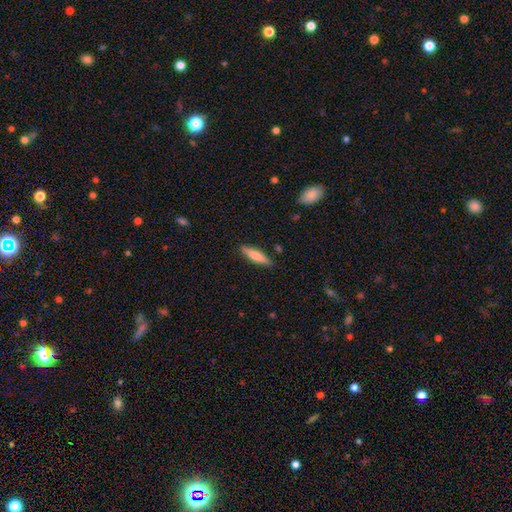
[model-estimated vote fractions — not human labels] This is likely a smooth galaxy (72%). How rounded: likely cigar-shaped (79%). Merging: clearly none (88%).